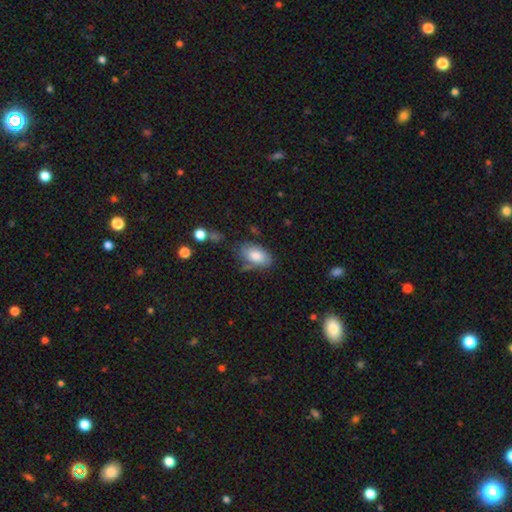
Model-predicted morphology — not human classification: Smooth or featured? Predicted: smooth (p=0.79). How rounded? Predicted: in between (p=0.93). Merging? Predicted: none (p=0.58).